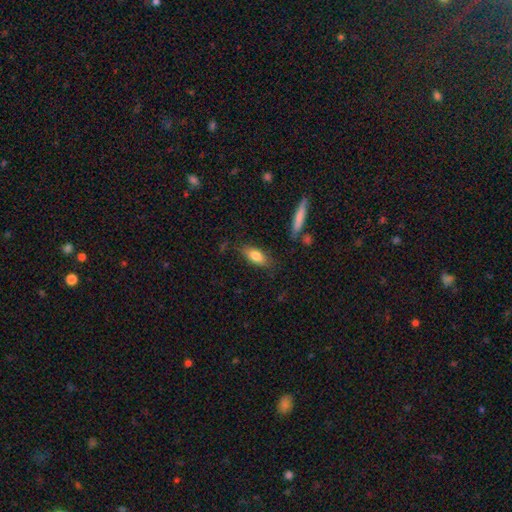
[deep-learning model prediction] smooth-or-featured: smooth: 77% | featured or disk: 16% | star or artifact: 7%
  how-rounded: in between: 74% | cigar-shaped: 23% | round: 3%
  merging: none: 80% | minor disturbance: 14% | major disturbance: 3% | merger: 3%